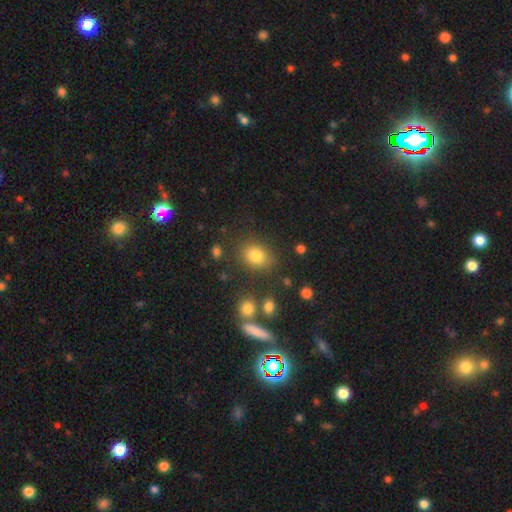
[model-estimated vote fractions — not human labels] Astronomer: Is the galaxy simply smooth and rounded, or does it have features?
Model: smooth — 80%.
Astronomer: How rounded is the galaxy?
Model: in between — 54% (runner-up: round, 45%).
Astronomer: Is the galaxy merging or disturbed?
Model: none — 79%.